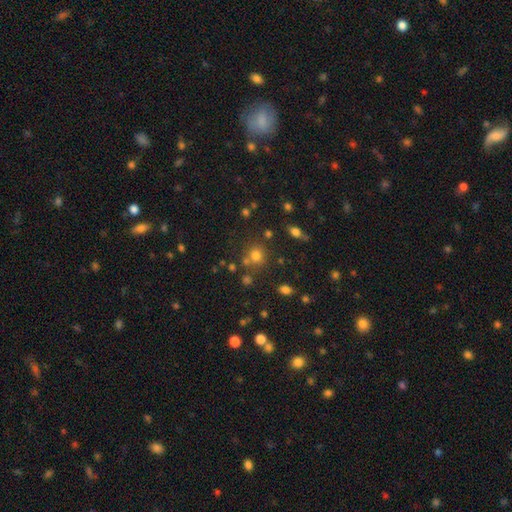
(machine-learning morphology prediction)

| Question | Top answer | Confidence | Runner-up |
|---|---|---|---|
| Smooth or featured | smooth | 66% | star or artifact (25%) |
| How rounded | round | 86% | in between (13%) |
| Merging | none | 71% | merger (14%) |